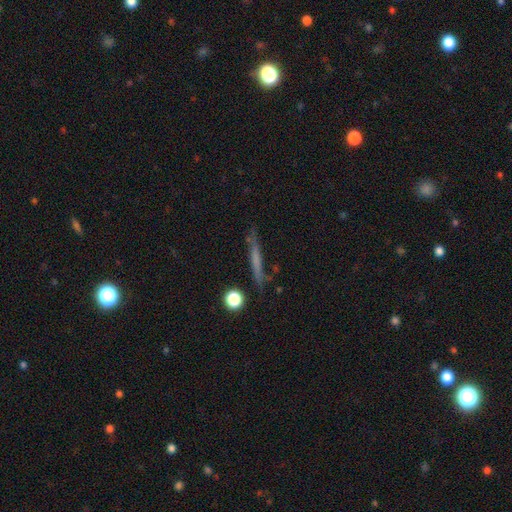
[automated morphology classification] The model was most divided on "smooth or featured": smooth: 47%, featured or disk: 42%, star or artifact: 11%. More confident: merging — none (77%).